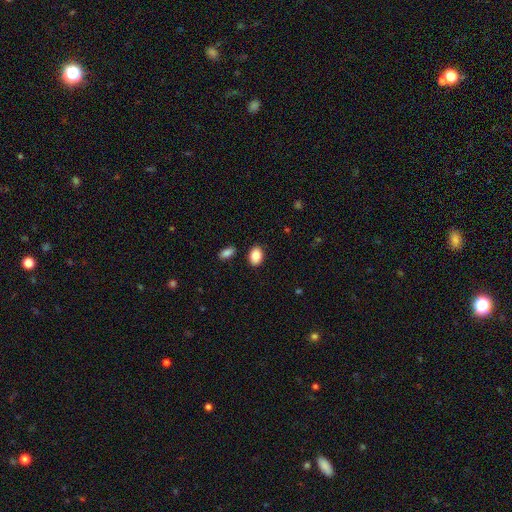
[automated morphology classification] Smooth or featured: smooth — 88% (star or artifact — 7%)
How rounded: in between — 81% (round — 18%)
Merging: none — 86% (minor disturbance — 8%)